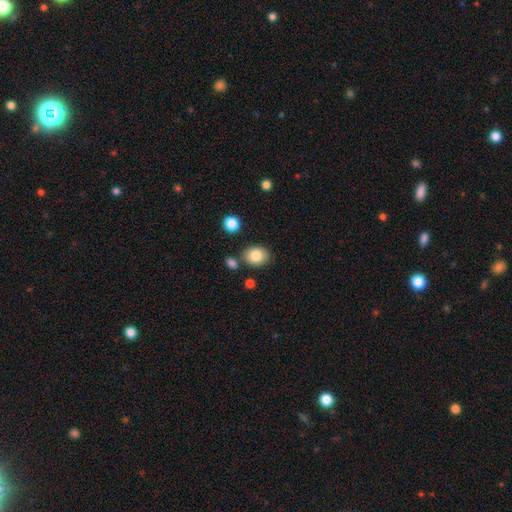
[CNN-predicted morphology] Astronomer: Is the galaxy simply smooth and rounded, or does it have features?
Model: smooth — 84%.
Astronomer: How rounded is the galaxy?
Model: round — 53% (runner-up: in between, 47%).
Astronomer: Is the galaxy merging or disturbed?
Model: none — 77%.